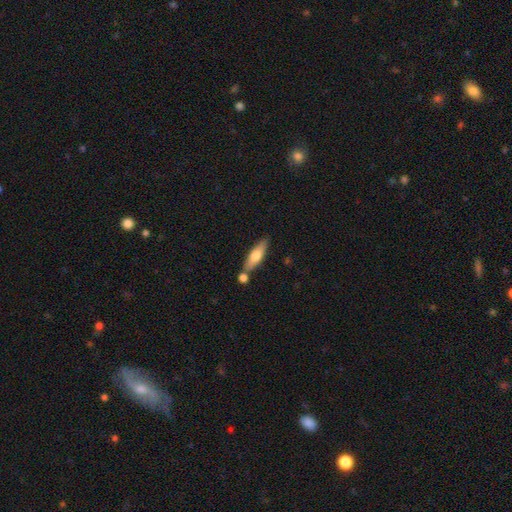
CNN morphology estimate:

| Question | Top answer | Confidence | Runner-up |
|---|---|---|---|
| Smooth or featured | smooth | 60% | featured or disk (35%) |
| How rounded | cigar-shaped | 60% | in between (37%) |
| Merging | none | 69% | merger (16%) |